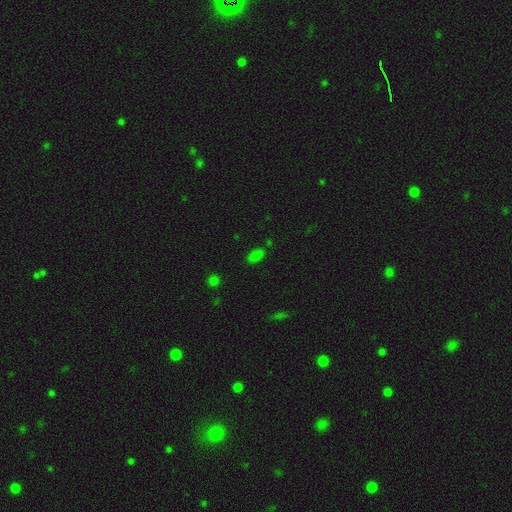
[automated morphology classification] Smooth or featured? Predicted: smooth (p=0.75). How rounded? Predicted: in between (p=0.89). Merging? Predicted: none (p=0.79).